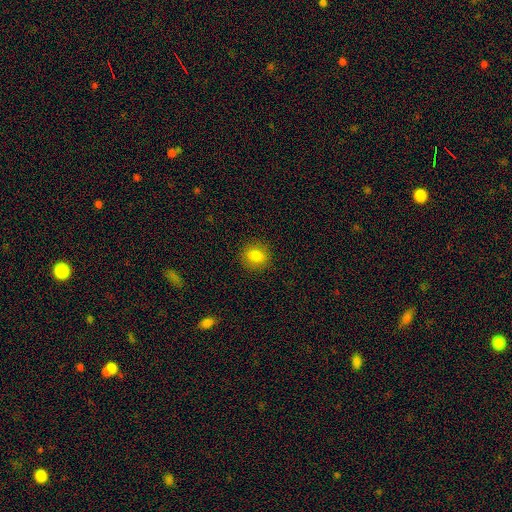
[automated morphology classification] A smooth galaxy with no disk features (82%) that is round (71%). Merging: none (88%).